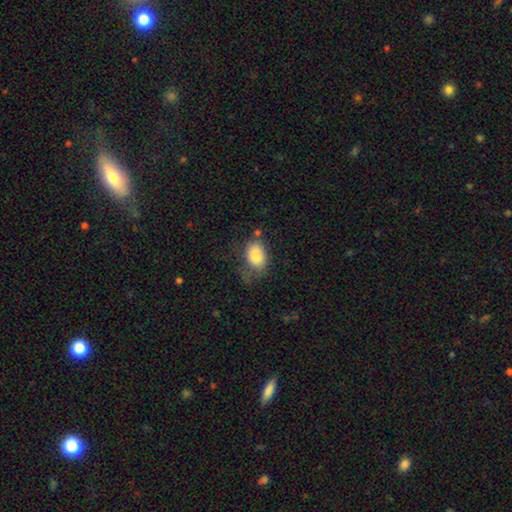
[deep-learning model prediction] A smooth galaxy with no disk features (83%) that is in between round and cigar-shaped (88%).

Vote fractions:
- Smooth or featured? smooth: 83% / featured or disk: 9% / star or artifact: 8%
- How rounded? in between: 88% / round: 11% / cigar-shaped: 1%
- Merging? none: 50% / minor disturbance: 29% / major disturbance: 16% / merger: 5%